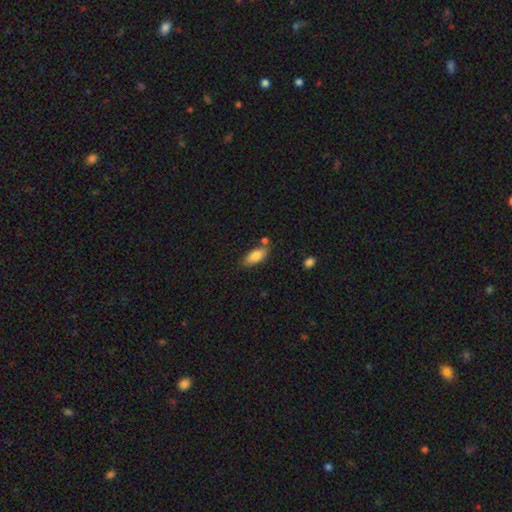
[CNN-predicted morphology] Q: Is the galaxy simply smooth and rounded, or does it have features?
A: smooth — 82%.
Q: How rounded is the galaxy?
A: in between — 84%.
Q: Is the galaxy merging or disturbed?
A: none — 68%.